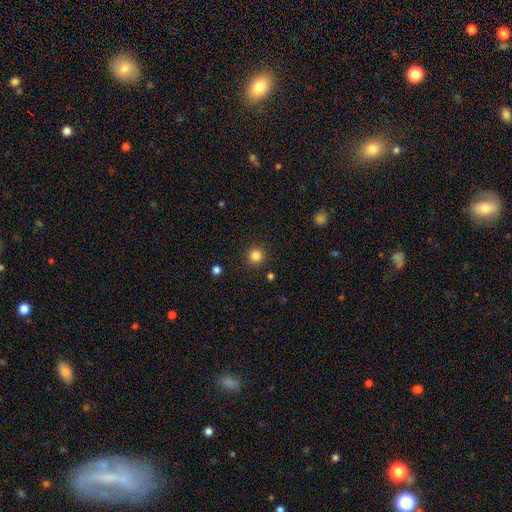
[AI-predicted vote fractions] Smooth or featured? smooth (83%)
How rounded? round (94%)
Merging? none (91%)